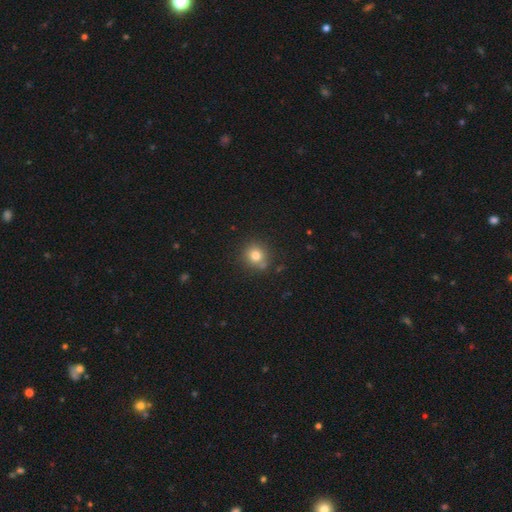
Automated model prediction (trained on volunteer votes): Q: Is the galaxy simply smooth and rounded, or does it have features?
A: smooth — 78%.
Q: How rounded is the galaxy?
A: round — 89%.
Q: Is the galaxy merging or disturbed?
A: none — 78%.